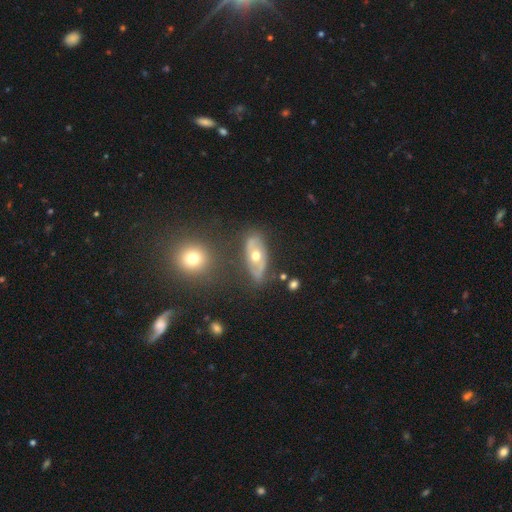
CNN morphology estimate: A featured or disk galaxy (64%) with no bar (78%), spiral arms (53%) and a moderate central bulge (76%).

Vote fractions:
- Smooth or featured? featured or disk: 64% / smooth: 26% / star or artifact: 9%
- Edge-on disk? no: 82% / yes: 18%
- Bar? no: 78% / weak: 16% / strong: 6%
- Spiral arms? yes: 53% / no: 47%
- Bulge size? moderate: 76% / small: 16% / large: 6% / none: 1% / dominant: 1%
- Merging? none: 72% / minor disturbance: 16% / major disturbance: 6% / merger: 5%